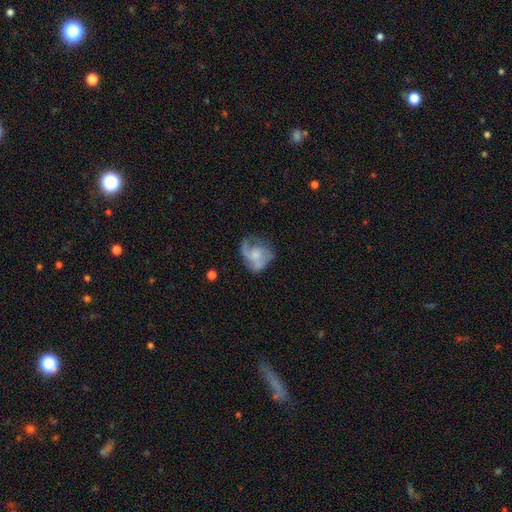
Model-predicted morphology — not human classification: Q: Smooth or featured?
A: featured or disk (65%); runner-up: smooth (27%)
Q: Edge-on disk?
A: no (98%); runner-up: yes (2%)
Q: Bar?
A: no (74%); runner-up: weak (23%)
Q: Spiral arms?
A: yes (83%); runner-up: no (17%)
Q: Spiral winding?
A: medium (45%); runner-up: loose (32%)
Q: Spiral arm count?
A: 3 (34%); runner-up: 2 (27%)
Q: Bulge size?
A: small (37%); runner-up: moderate (36%)
Q: Merging?
A: none (51%); runner-up: minor disturbance (24%)